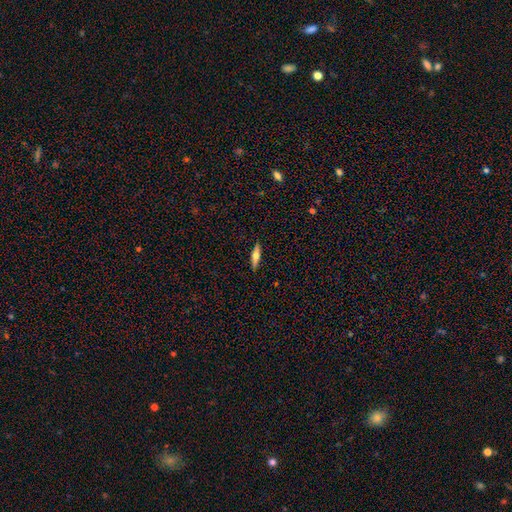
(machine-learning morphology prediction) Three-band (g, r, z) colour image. It shows a smooth galaxy with no disk features (47%). Merging: none (90%).